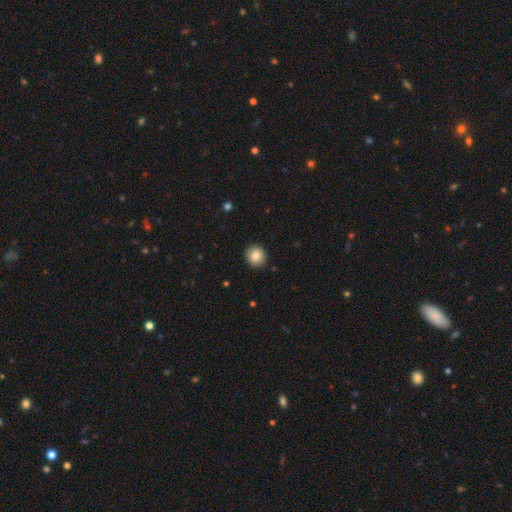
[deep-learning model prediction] smooth_or_featured: smooth (p=0.83) [alt: star or artifact p=0.09]
how_rounded: round (p=0.91) [alt: in between p=0.08]
merging: none (p=0.92) [alt: minor disturbance p=0.05]